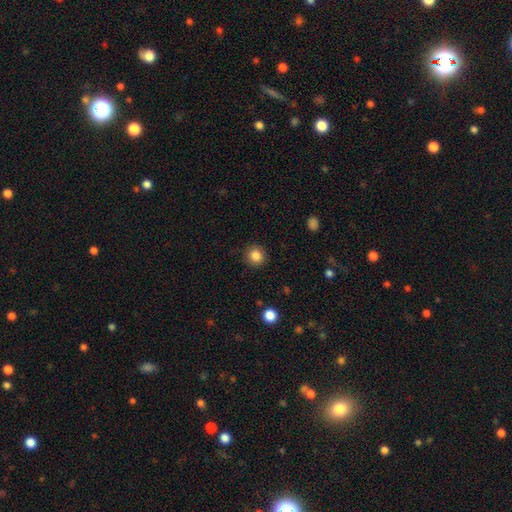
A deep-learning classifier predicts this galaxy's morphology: Smooth or featured: smooth — 85% (star or artifact — 10%)
How rounded: round — 89% (in between — 10%)
Merging: none — 90% (minor disturbance — 7%)